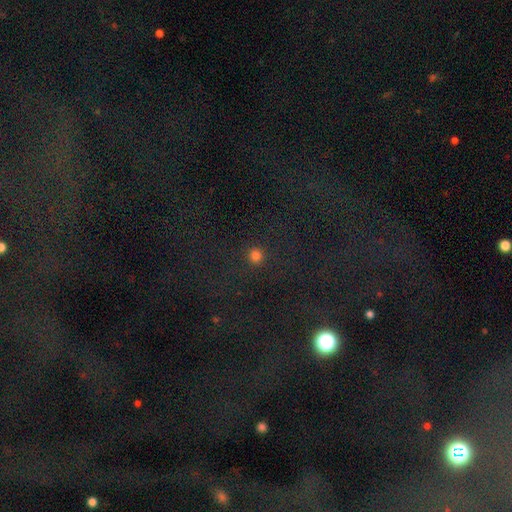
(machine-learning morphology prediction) This is likely a smooth galaxy (80%). How rounded: clearly round (93%). Merging: clearly none (91%).